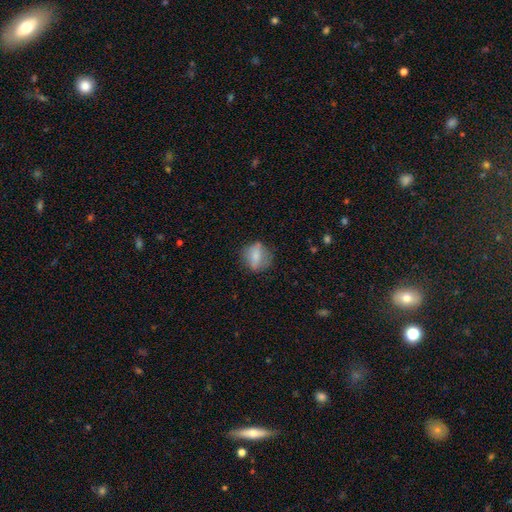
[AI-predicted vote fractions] The model was most divided on "how rounded": round: 61%, in between: 37%, cigar-shaped: 3%. More confident: smooth or featured — smooth (67%); merging — none (64%).